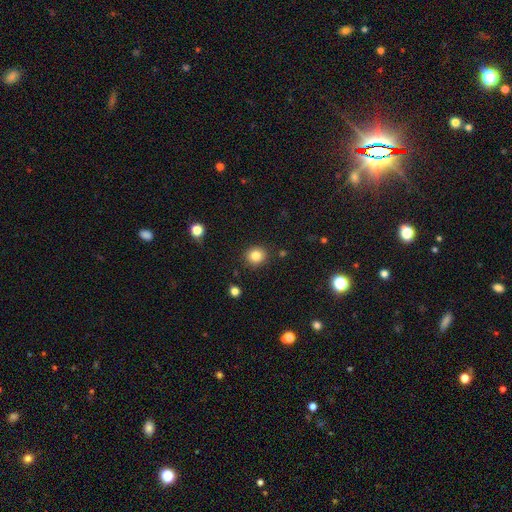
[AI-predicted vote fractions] Q: Smooth or featured?
A: smooth (82%); runner-up: star or artifact (11%)
Q: How rounded?
A: round (84%); runner-up: in between (15%)
Q: Merging?
A: none (89%); runner-up: minor disturbance (7%)